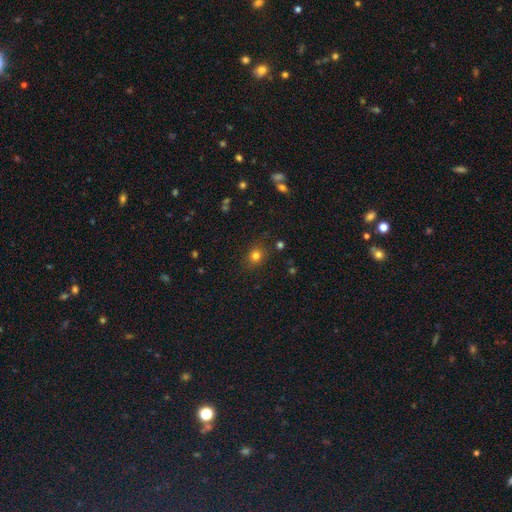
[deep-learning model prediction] smooth_or_featured: smooth (p=0.78) [alt: star or artifact p=0.15]
how_rounded: round (p=0.70) [alt: in between p=0.29]
merging: none (p=0.84) [alt: minor disturbance p=0.11]